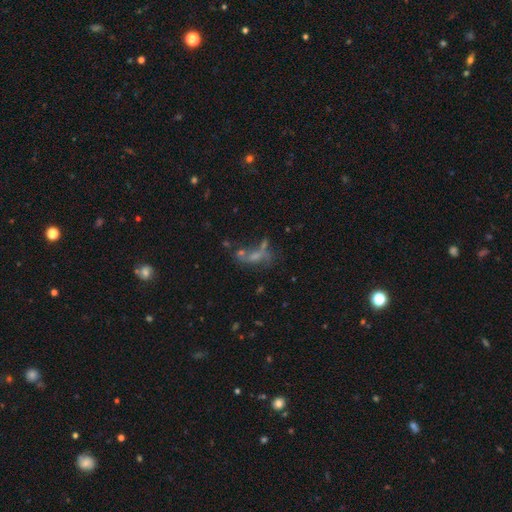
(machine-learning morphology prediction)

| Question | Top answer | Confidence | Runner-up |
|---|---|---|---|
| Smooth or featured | featured or disk | 44% | smooth (34%) |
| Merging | none | 33% | merger (28%) |